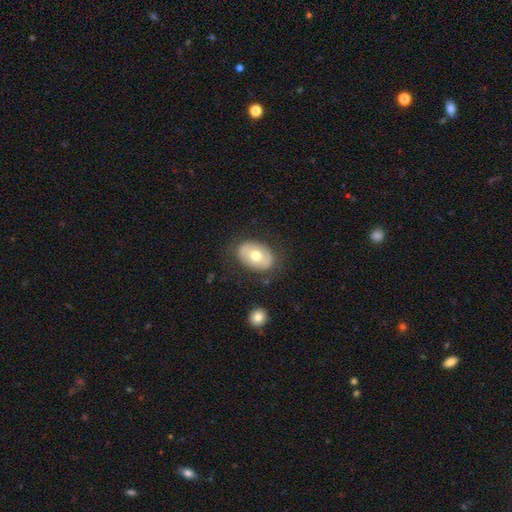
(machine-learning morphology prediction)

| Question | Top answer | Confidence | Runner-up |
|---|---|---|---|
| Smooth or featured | smooth | 60% | featured or disk (33%) |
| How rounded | in between | 80% | round (19%) |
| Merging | none | 79% | minor disturbance (14%) |